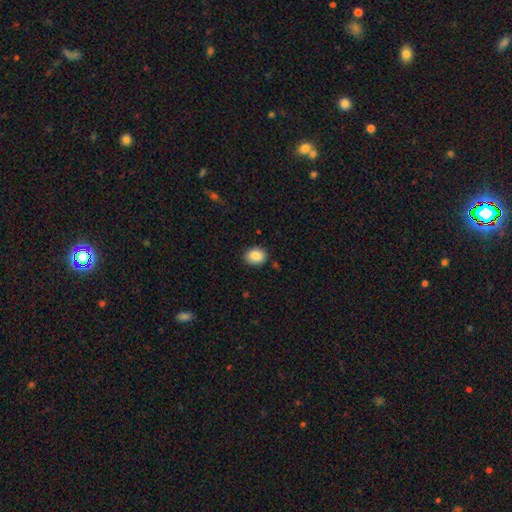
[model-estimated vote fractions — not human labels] The model was most divided on "how rounded": in between: 50%, round: 49%, cigar-shaped: 1%. More confident: smooth or featured — smooth (88%); merging — none (87%).